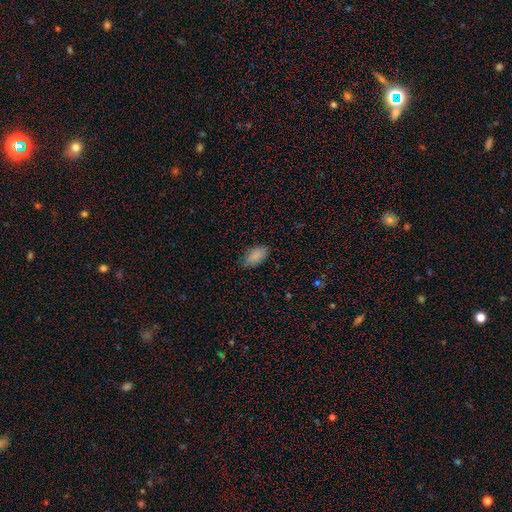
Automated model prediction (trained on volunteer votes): Overall: smooth (85%). How rounded: in between (93%). Merging: none (79%).